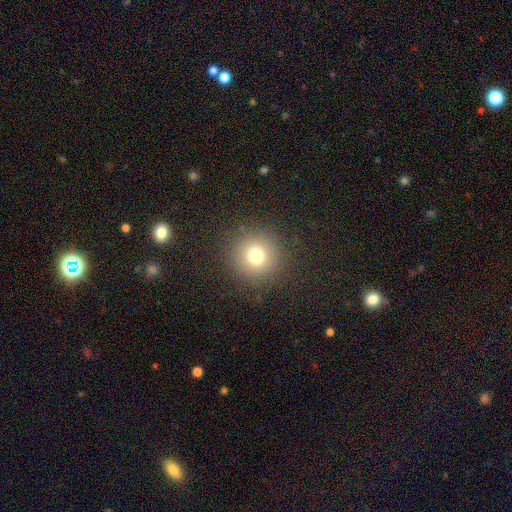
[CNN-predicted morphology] smooth 75%, star or artifact 15%, featured or disk 9%. Down the decision tree: how rounded — round (96%); merging — none (90%).